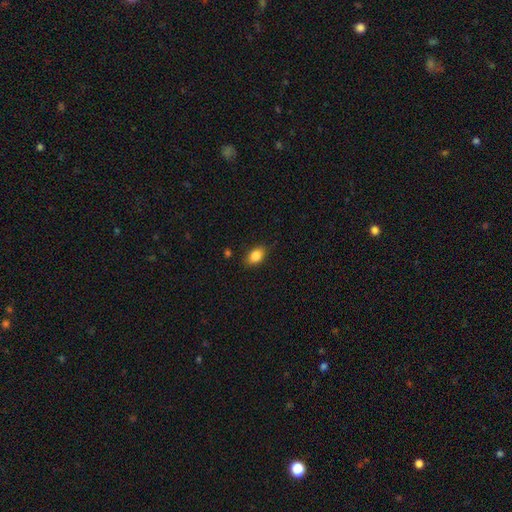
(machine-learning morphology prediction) This is clearly a smooth galaxy (84%). How rounded: clearly in between (80%). Merging: clearly none (82%).